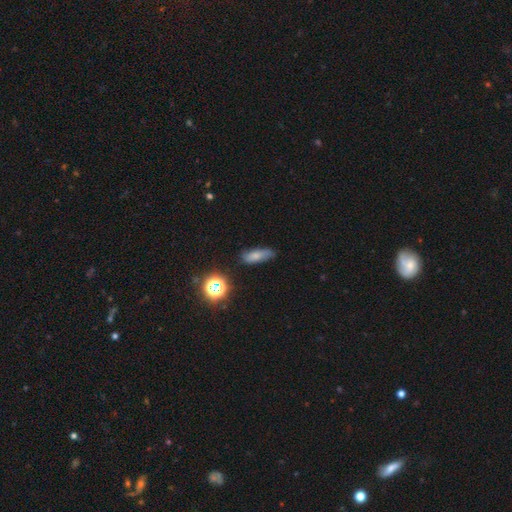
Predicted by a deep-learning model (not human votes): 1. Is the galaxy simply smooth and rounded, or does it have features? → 70% smooth, 17% featured or disk, 13% star or artifact.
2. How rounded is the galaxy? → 62% in between, 33% cigar-shaped, 5% round.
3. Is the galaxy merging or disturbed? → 69% none, 23% minor disturbance, 5% major disturbance, 2% merger.